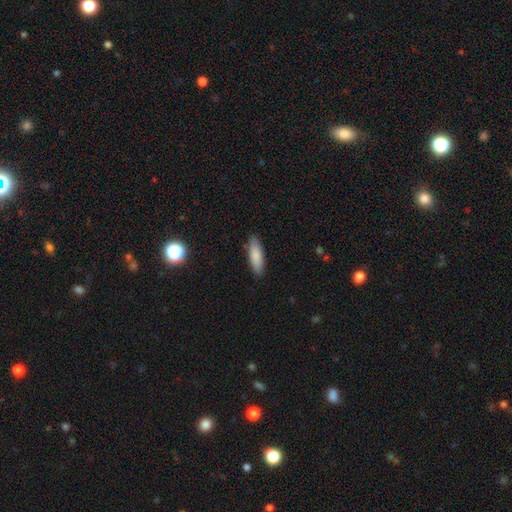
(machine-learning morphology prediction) smooth-or-featured: smooth: 84% | featured or disk: 10% | star or artifact: 6%
  how-rounded: in between: 51% | cigar-shaped: 47% | round: 2%
  merging: none: 88% | minor disturbance: 9% | major disturbance: 2% | merger: 1%